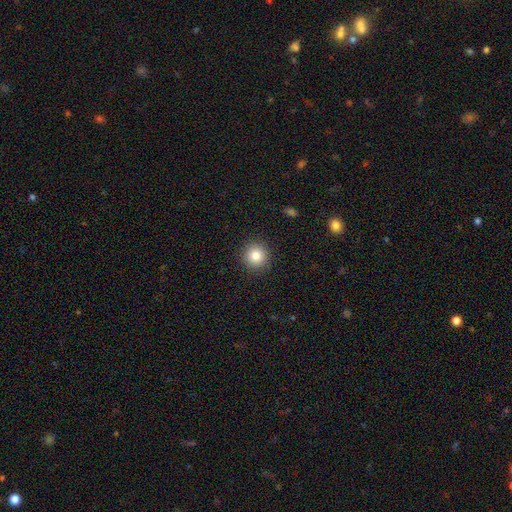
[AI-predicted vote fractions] smooth-or-featured: smooth: 84% | star or artifact: 10% | featured or disk: 6%
  how-rounded: round: 94% | in between: 6% | cigar-shaped: 1%
  merging: none: 91% | minor disturbance: 6% | major disturbance: 2% | merger: 1%